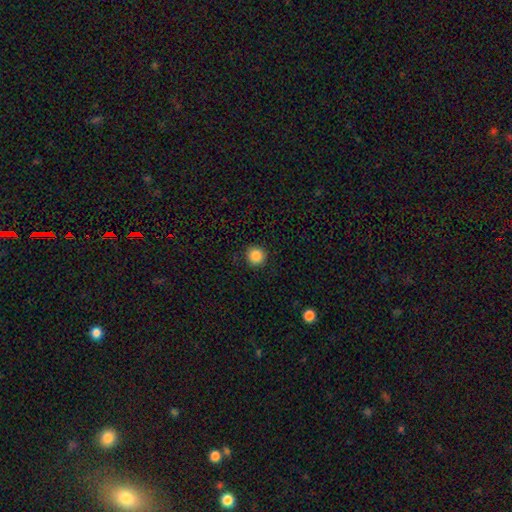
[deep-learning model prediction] The model was most divided on "smooth or featured": smooth: 87%, star or artifact: 10%, featured or disk: 3%. More confident: how rounded — round (95%); merging — none (92%).